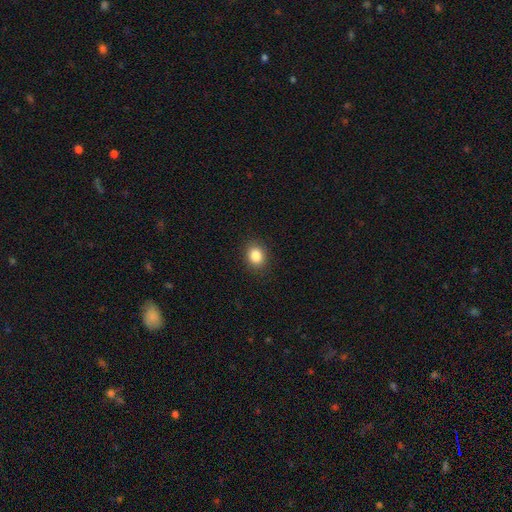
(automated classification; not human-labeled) A smooth galaxy with no disk features (85%) that is round (53%).

Vote fractions:
- Smooth or featured? smooth: 85% / star or artifact: 10% / featured or disk: 5%
- How rounded? round: 53% / in between: 46% / cigar-shaped: 1%
- Merging? none: 89% / minor disturbance: 8% / major disturbance: 2% / merger: 1%